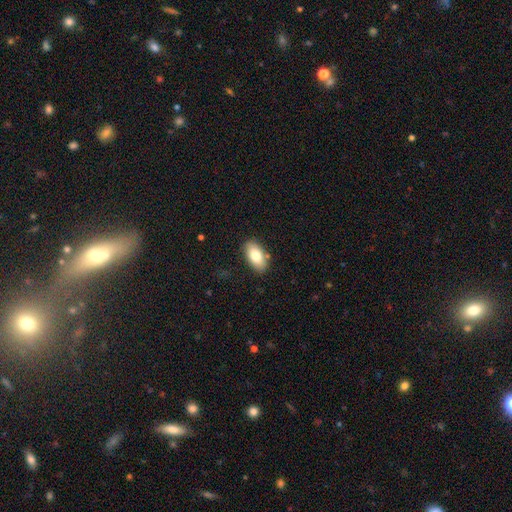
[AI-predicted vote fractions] This is likely a smooth galaxy (79%). How rounded: clearly in between (93%). Merging: clearly none (85%).